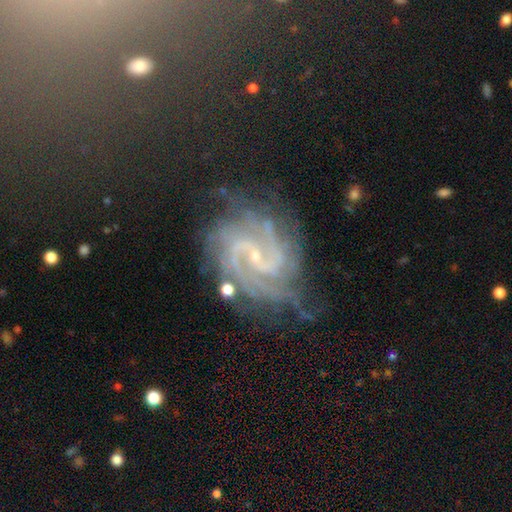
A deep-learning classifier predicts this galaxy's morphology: Smooth or featured?
  - featured or disk: 90% *
  - star or artifact: 7%
  - smooth: 3%
Edge-on disk?
  - no: 98% *
  - yes: 2%
Bar?
  - weak: 50% *
  - no: 26%
  - strong: 24%
Spiral arms?
  - yes: 98% *
  - no: 2%
Spiral winding?
  - medium: 47% *
  - tight: 42%
  - loose: 11%
Spiral arm count?
  - 2: 54% *
  - 3: 13%
  - can't tell: 12%
  - 4: 8%
  - more than 4: 6%
  - 1: 6%
Bulge size?
  - small: 83% *
  - moderate: 10%
  - none: 5%
  - large: 1%
  - dominant: 1%
Merging?
  - none: 66% *
  - minor disturbance: 21%
  - major disturbance: 10%
  - merger: 3%